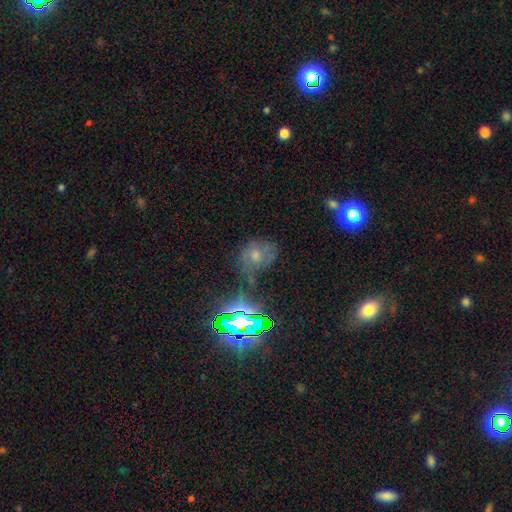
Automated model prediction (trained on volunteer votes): Smooth or featured?
  - smooth: 39% *
  - star or artifact: 32%
  - featured or disk: 29%
Merging?
  - none: 49% *
  - minor disturbance: 24%
  - major disturbance: 19%
  - merger: 8%